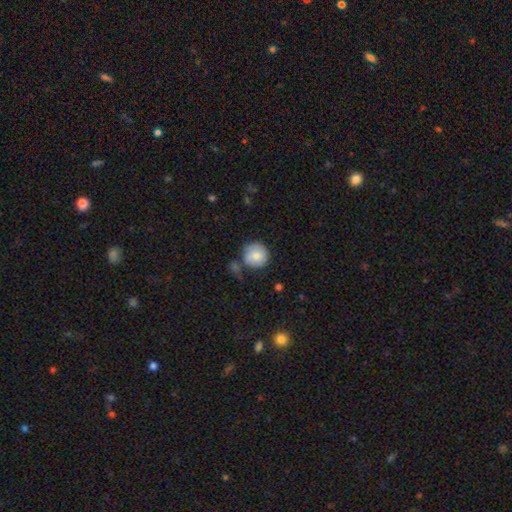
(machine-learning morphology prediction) This is likely a smooth galaxy (79%). How rounded: clearly round (92%). Merging: likely none (60%).